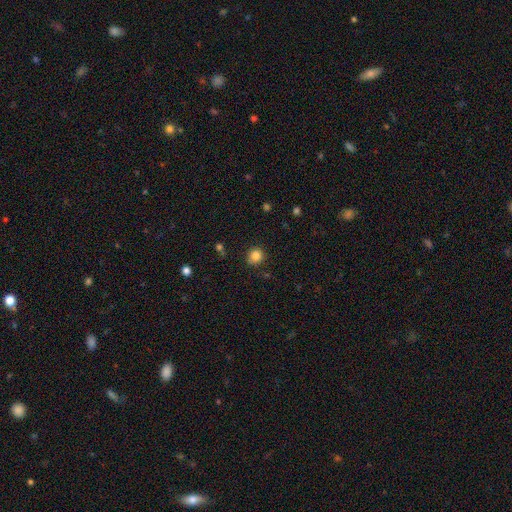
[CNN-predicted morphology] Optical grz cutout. It shows a smooth galaxy with no disk features (83%) that is round (87%). Merging: none (84%).